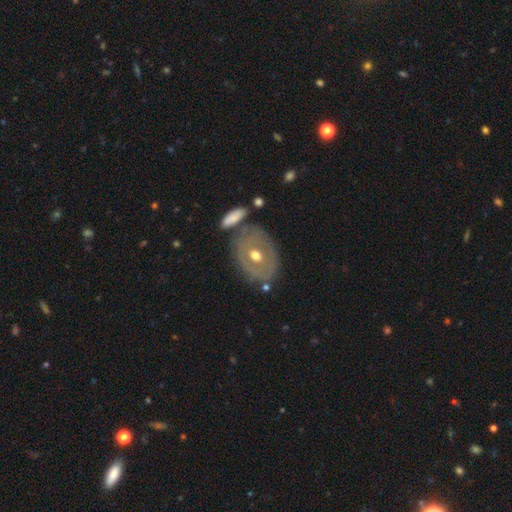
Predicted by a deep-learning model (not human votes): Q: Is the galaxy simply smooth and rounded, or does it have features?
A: featured or disk — 61%.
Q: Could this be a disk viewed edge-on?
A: no — 92%.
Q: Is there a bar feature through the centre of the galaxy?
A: no — 80%.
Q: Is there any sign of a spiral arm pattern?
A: no — 71%.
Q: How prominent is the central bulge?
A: moderate — 77%.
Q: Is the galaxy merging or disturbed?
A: none — 68%.